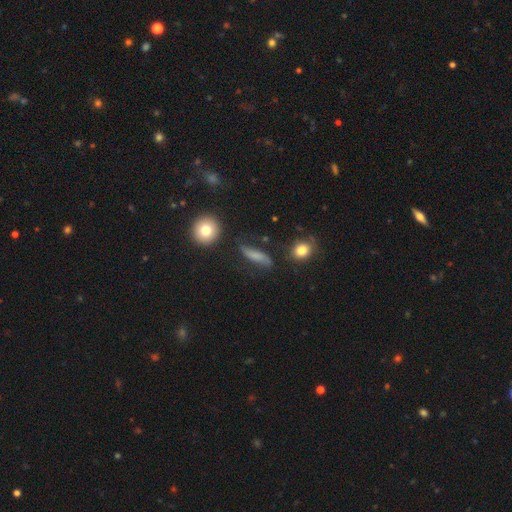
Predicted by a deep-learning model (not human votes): A smooth galaxy with no disk features (51%) that is cigar-shaped (55%).

Vote fractions:
- Smooth or featured? smooth: 51% / featured or disk: 37% / star or artifact: 11%
- How rounded? cigar-shaped: 55% / in between: 36% / round: 9%
- Merging? none: 67% / minor disturbance: 21% / major disturbance: 8% / merger: 4%